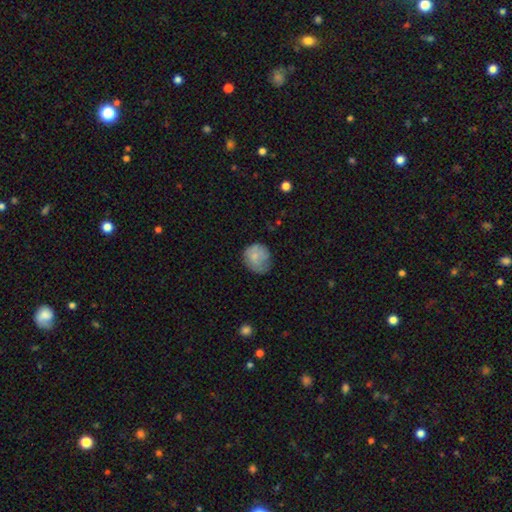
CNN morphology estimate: smooth-or-featured: smooth: 72% | featured or disk: 20% | star or artifact: 8%
  how-rounded: round: 75% | in between: 24% | cigar-shaped: 1%
  merging: none: 53% | minor disturbance: 33% | major disturbance: 12% | merger: 2%